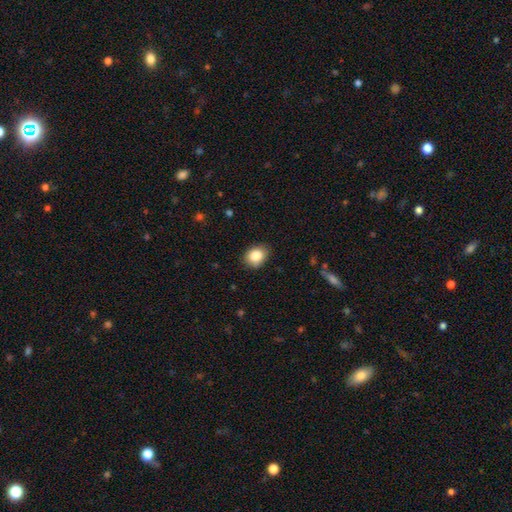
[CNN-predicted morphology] Smooth or featured?
  - smooth: 87% *
  - star or artifact: 8%
  - featured or disk: 5%
How rounded?
  - in between: 61% *
  - round: 38%
  - cigar-shaped: 1%
Merging?
  - none: 84% *
  - minor disturbance: 13%
  - major disturbance: 2%
  - merger: 1%